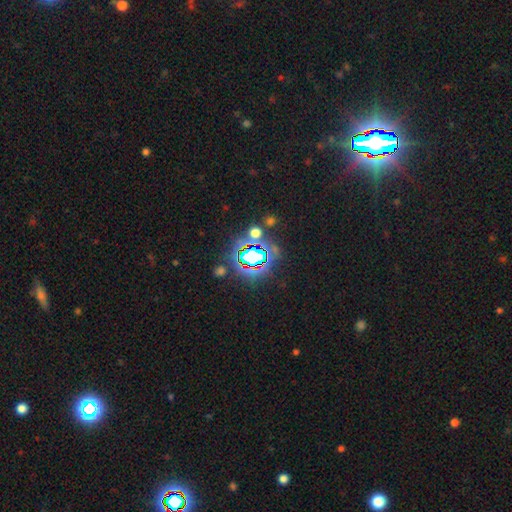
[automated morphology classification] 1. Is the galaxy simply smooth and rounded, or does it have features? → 78% star or artifact, 12% smooth, 10% featured or disk.